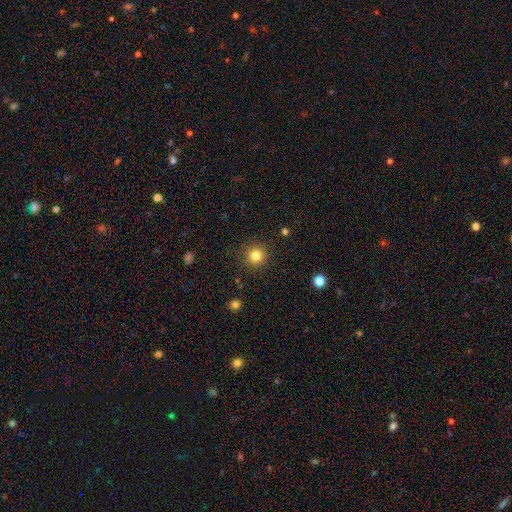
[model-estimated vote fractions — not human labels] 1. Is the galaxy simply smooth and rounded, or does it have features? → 83% smooth, 12% star or artifact, 5% featured or disk.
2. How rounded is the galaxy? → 94% round, 5% in between, 1% cigar-shaped.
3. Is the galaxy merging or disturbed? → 90% none, 6% minor disturbance, 2% major disturbance, 1% merger.